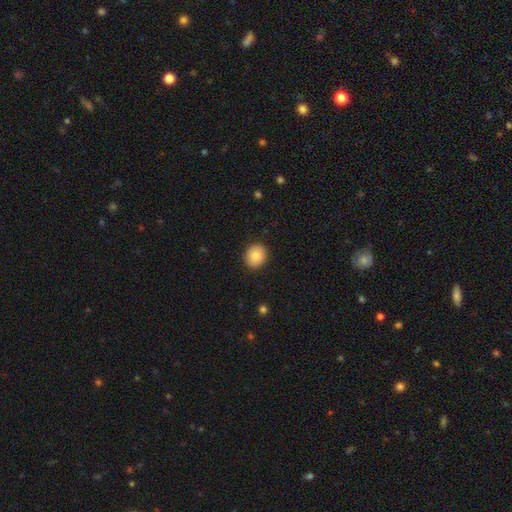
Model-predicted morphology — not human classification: Smooth or featured: smooth — 85% (star or artifact — 8%)
How rounded: round — 68% (in between — 31%)
Merging: none — 90% (minor disturbance — 7%)